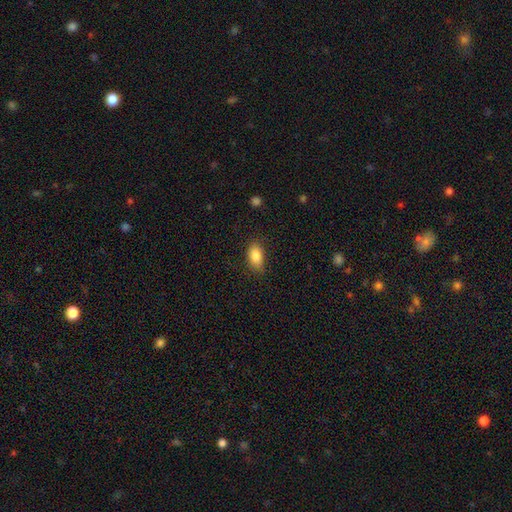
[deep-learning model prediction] Q: Smooth or featured?
A: smooth (86%); runner-up: star or artifact (8%)
Q: How rounded?
A: in between (90%); runner-up: round (7%)
Q: Merging?
A: none (83%); runner-up: minor disturbance (13%)